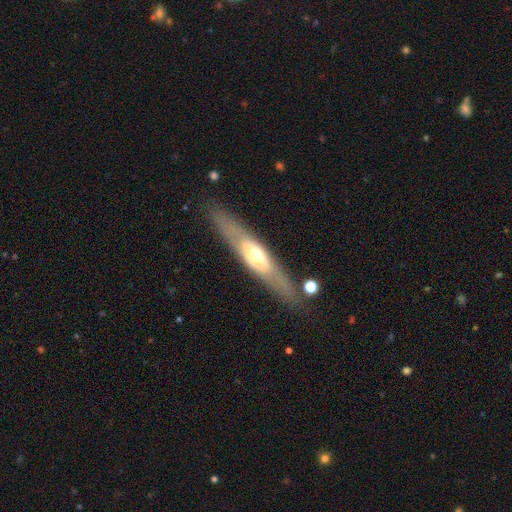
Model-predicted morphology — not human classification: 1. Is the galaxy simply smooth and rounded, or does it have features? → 61% featured or disk, 33% smooth, 6% star or artifact.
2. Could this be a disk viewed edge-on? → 66% yes, 34% no.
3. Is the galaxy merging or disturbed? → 81% none, 12% minor disturbance, 4% major disturbance, 2% merger.